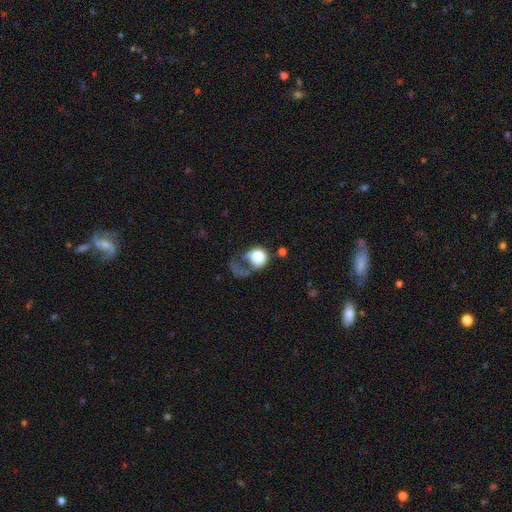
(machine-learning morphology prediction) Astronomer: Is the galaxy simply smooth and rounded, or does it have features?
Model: smooth — 58%.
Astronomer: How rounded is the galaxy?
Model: round — 74%.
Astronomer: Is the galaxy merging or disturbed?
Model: major disturbance — 59%.